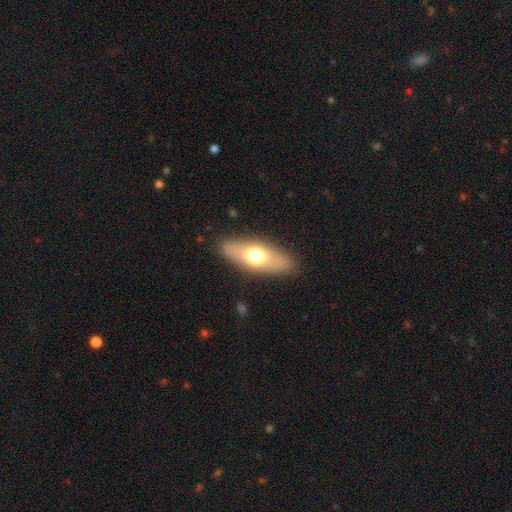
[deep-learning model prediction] Overall: smooth (58%; featured or disk 34%). How rounded: in between (67%; cigar-shaped 28%). Merging: none (86%).